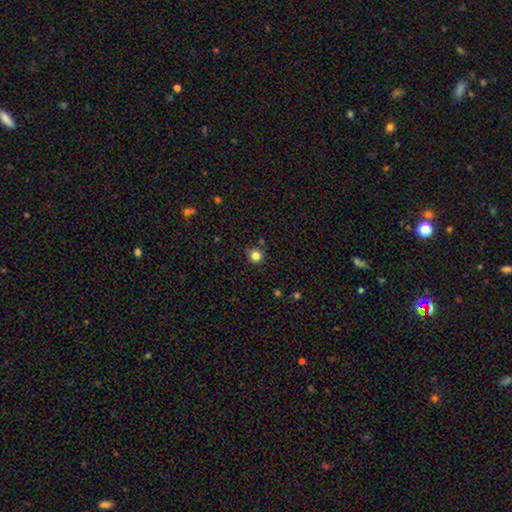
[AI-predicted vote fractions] A smooth galaxy with no disk features (82%) that is round (94%). Merging: none (84%).